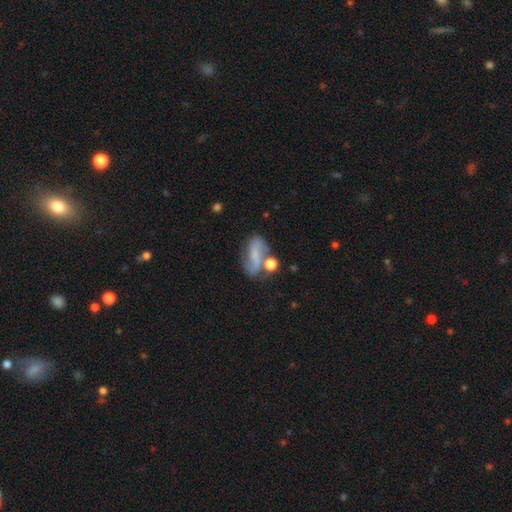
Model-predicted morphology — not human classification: A featured or disk galaxy (58%) with no bar (40%), spiral arms (80%) and no central bulge (48%). Merging: none (48%).